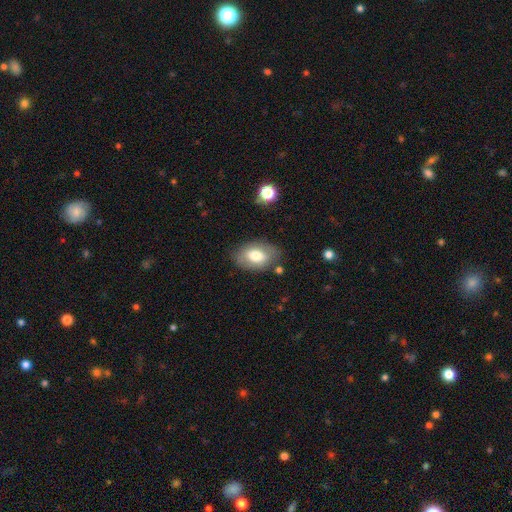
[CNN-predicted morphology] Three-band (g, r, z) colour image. It shows a smooth galaxy with no disk features (71%) that is in between round and cigar-shaped (88%). Merging: none (77%).